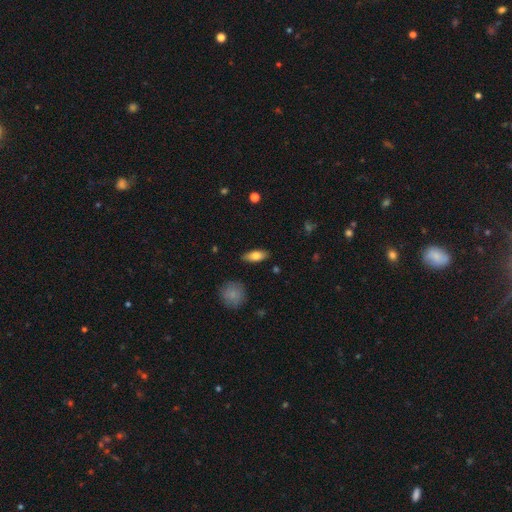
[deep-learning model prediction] smooth_or_featured: smooth (p=0.75) [alt: featured or disk p=0.19]
how_rounded: in between (p=0.79) [alt: cigar-shaped p=0.17]
merging: none (p=0.87) [alt: minor disturbance p=0.09]